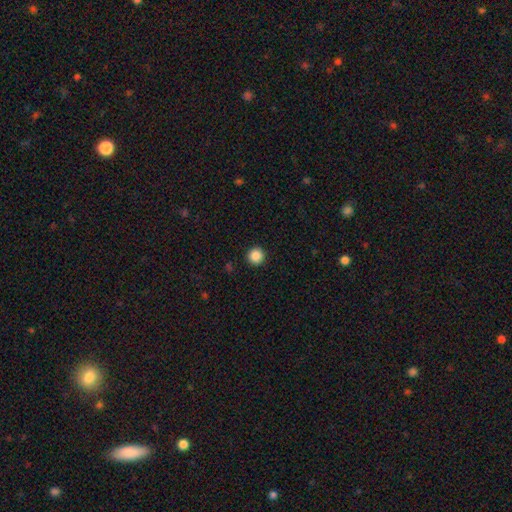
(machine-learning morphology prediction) Overall: smooth (87%). How rounded: round (96%). Merging: none (93%).